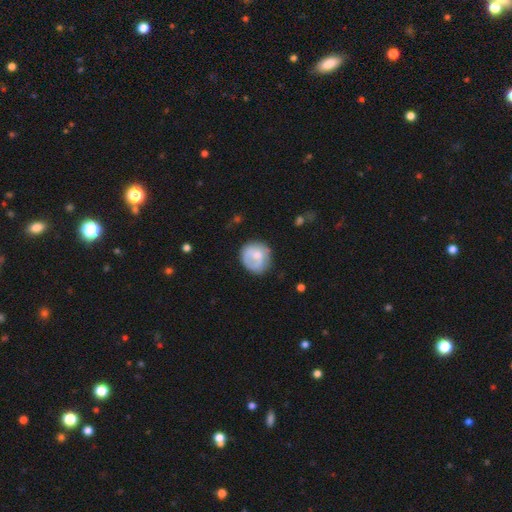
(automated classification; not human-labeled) Smooth or featured: smooth — 60% (featured or disk — 34%)
How rounded: round — 82% (in between — 17%)
Merging: none — 65% (minor disturbance — 23%)